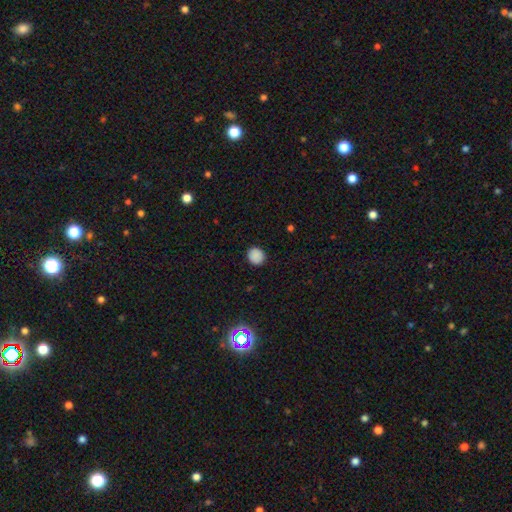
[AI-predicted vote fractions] A smooth galaxy with no disk features (87%) that is round (81%).

Vote fractions:
- Smooth or featured? smooth: 87% / star or artifact: 10% / featured or disk: 3%
- How rounded? round: 81% / in between: 18% / cigar-shaped: 1%
- Merging? none: 89% / minor disturbance: 8% / major disturbance: 2% / merger: 1%